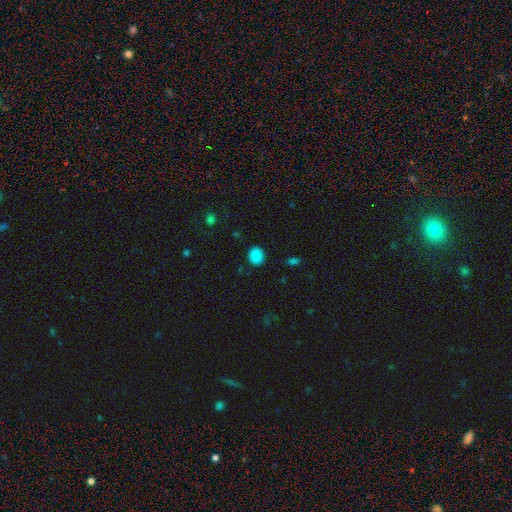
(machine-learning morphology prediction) A smooth galaxy with no disk features (86%) that is round (59%).

Vote fractions:
- Smooth or featured? smooth: 86% / star or artifact: 10% / featured or disk: 4%
- How rounded? round: 59% / in between: 40% / cigar-shaped: 1%
- Merging? none: 86% / minor disturbance: 10% / major disturbance: 3% / merger: 1%